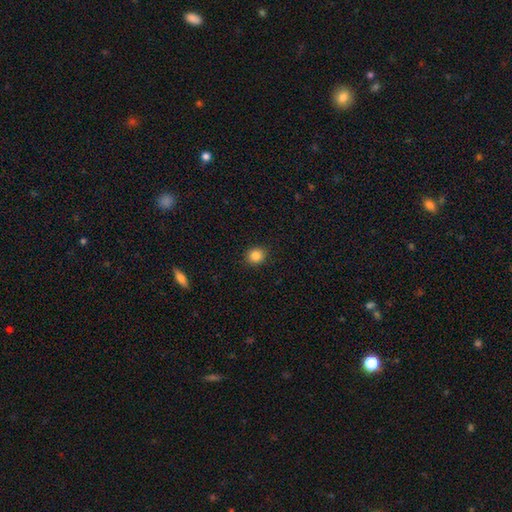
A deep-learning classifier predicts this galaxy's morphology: This appears to be a smooth galaxy with no disk features (85%) that is round (84%). Merging: none (91%).